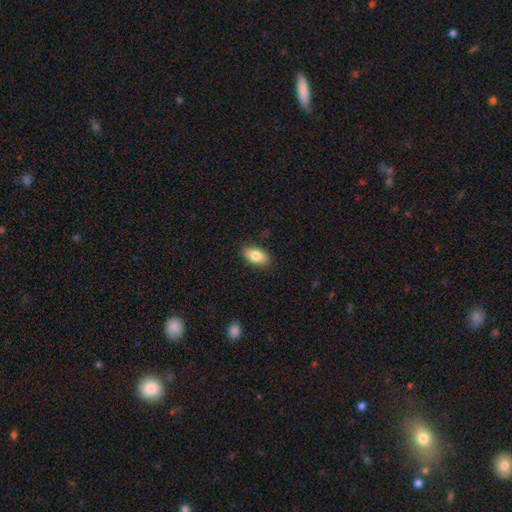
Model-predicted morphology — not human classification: Smooth or featured? Predicted: smooth (p=0.82). How rounded? Predicted: in between (p=0.91). Merging? Predicted: none (p=0.86).